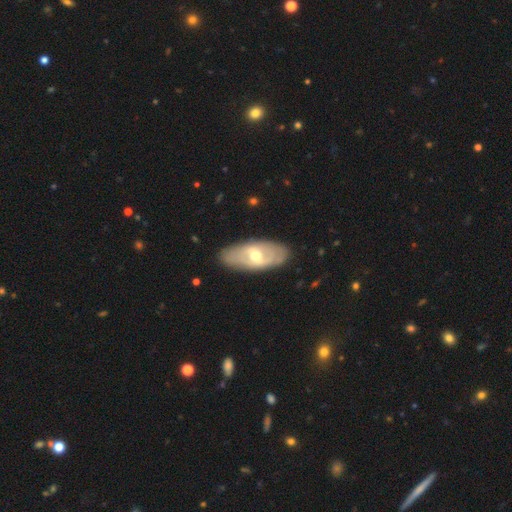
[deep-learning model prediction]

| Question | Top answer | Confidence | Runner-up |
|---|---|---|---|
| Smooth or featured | featured or disk | 63% | smooth (32%) |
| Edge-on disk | no | 84% | yes (16%) |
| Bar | weak | 46% | no (32%) |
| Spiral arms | no | 60% | yes (40%) |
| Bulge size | moderate | 68% | small (24%) |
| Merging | none | 85% | minor disturbance (11%) |